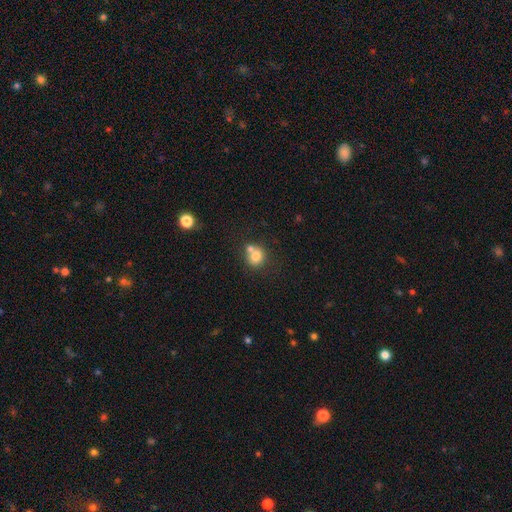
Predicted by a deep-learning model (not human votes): Overall: smooth (75%). How rounded: round (76%). Merging: none (46%; merger 41%).